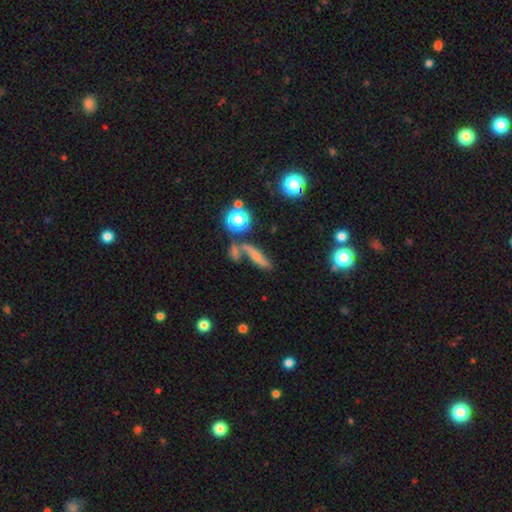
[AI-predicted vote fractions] Q: Smooth or featured?
A: smooth (45%); runner-up: featured or disk (37%)
Q: Merging?
A: none (47%); runner-up: merger (28%)